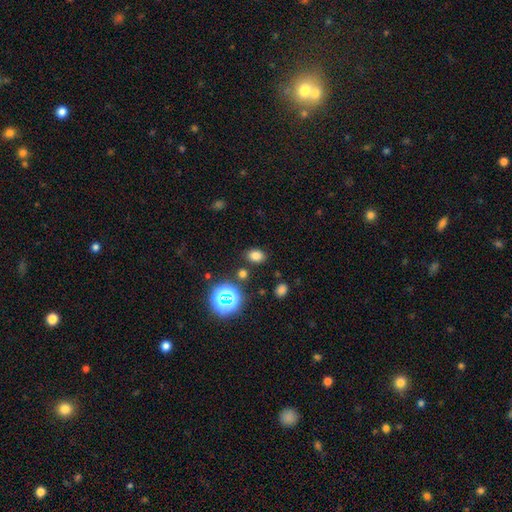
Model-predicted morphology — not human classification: This is likely a smooth galaxy (74%). How rounded: likely in between (70%). Merging: clearly none (84%).